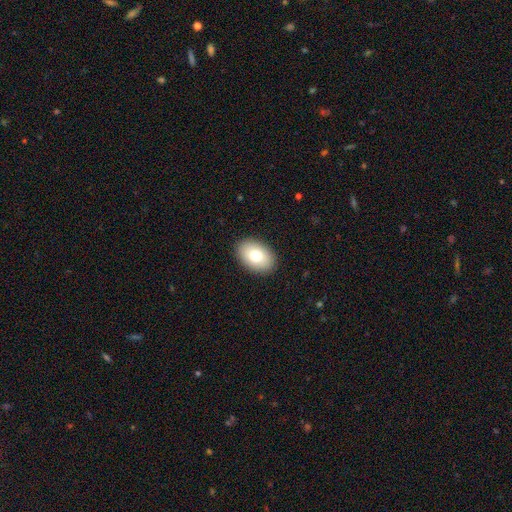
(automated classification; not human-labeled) smooth_or_featured: smooth (p=0.78) [alt: featured or disk p=0.14]
how_rounded: in between (p=0.87) [alt: round p=0.12]
merging: none (p=0.90) [alt: minor disturbance p=0.07]